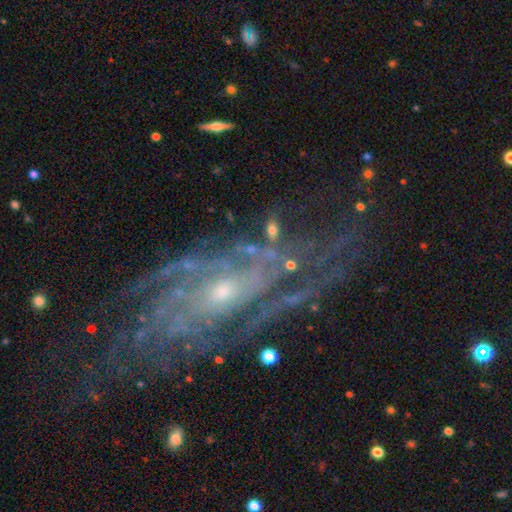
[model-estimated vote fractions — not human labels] Smooth or featured? Predicted: featured or disk (p=0.87). Edge-on disk? Predicted: no (p=0.93). Bar? Predicted: no (p=0.72). Spiral arms? Predicted: yes (p=0.94). Spiral winding? Predicted: tight (p=0.58). Spiral arm count? Predicted: can't tell (p=0.35). Bulge size? Predicted: small (p=0.62). Merging? Predicted: none (p=0.66).